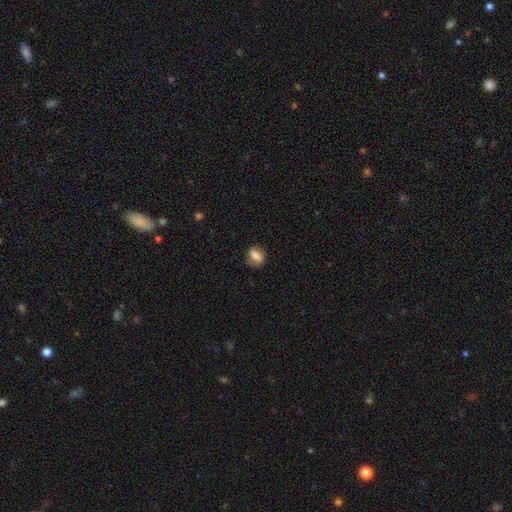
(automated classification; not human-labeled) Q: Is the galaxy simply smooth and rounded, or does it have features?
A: smooth — 64%.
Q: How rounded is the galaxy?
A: in between — 58%.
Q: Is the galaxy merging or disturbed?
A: none — 67%.